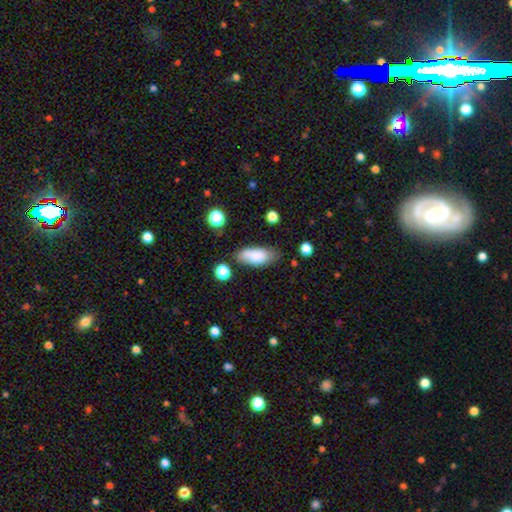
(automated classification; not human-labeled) smooth 81%, featured or disk 12%, star or artifact 8%. Down the decision tree: how rounded — in between (84%); merging — none (66%).